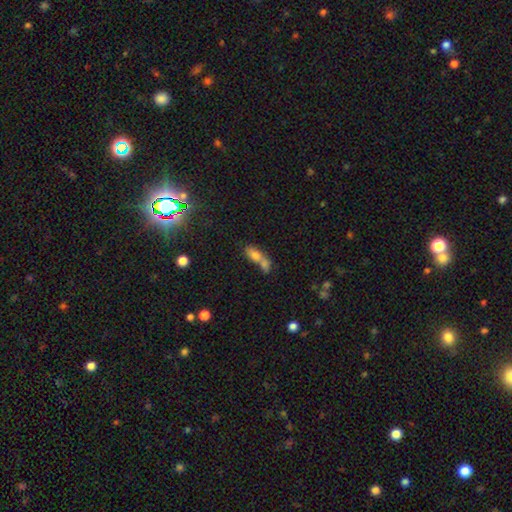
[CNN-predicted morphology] This appears to be a smooth galaxy with no disk features (62%) that is in between round and cigar-shaped (68%). Merging: merger (64%).